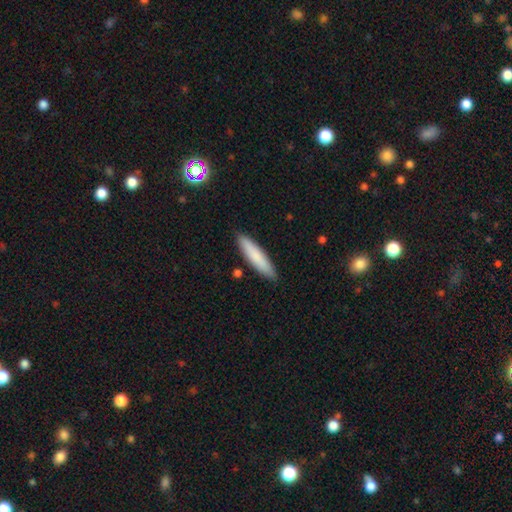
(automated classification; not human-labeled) Smooth or featured? smooth (81%)
How rounded? cigar-shaped (82%)
Merging? none (88%)